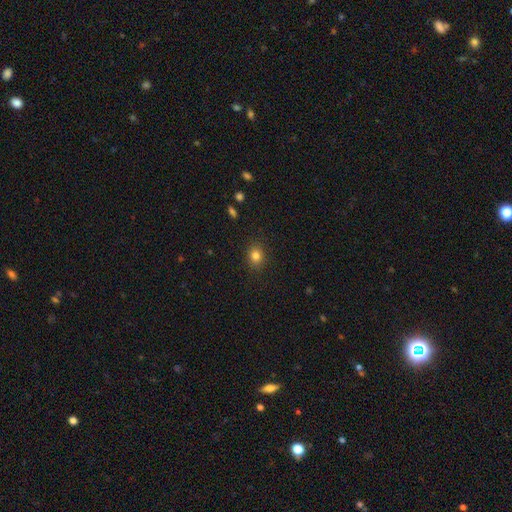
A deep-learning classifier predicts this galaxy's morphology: smooth_or_featured: smooth (p=0.82) [alt: star or artifact p=0.12]
how_rounded: round (p=0.63) [alt: in between p=0.36]
merging: none (p=0.88) [alt: minor disturbance p=0.08]